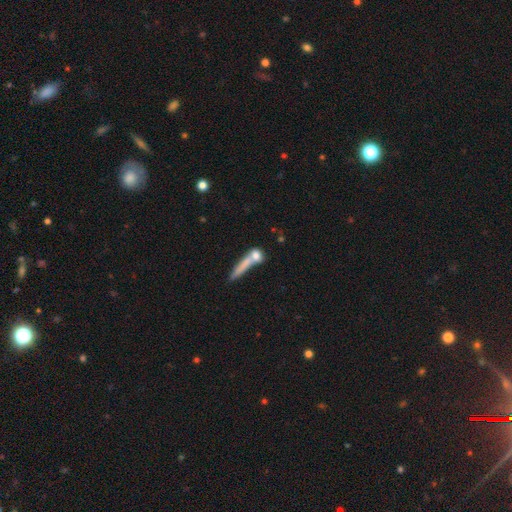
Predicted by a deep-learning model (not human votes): Morphology: type=smooth (68%); roundness=cigar-shaped (50%); merging=none (39%).